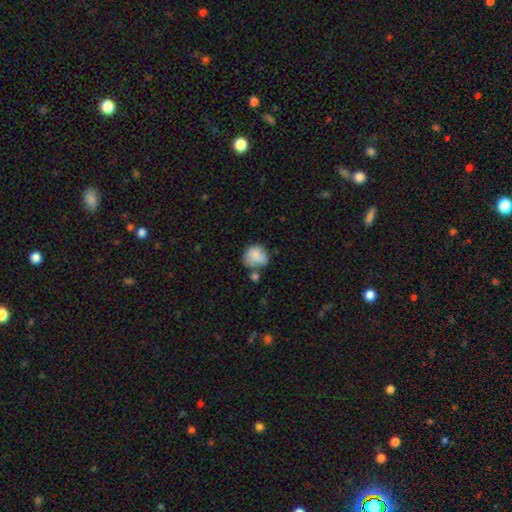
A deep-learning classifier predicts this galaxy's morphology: smooth_or_featured: smooth (p=0.79) [alt: featured or disk p=0.13]
how_rounded: round (p=0.71) [alt: in between p=0.28]
merging: none (p=0.43) [alt: minor disturbance p=0.26]